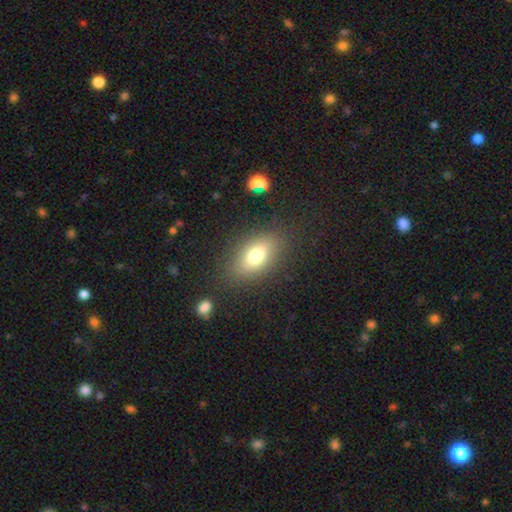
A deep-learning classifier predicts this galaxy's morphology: This is likely a smooth galaxy (74%). How rounded: clearly in between (85%). Merging: clearly none (83%).